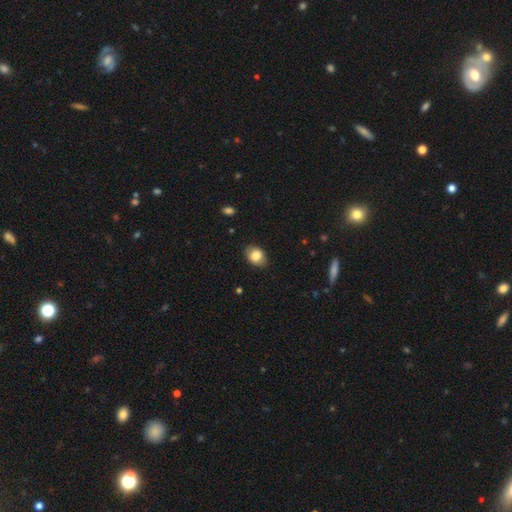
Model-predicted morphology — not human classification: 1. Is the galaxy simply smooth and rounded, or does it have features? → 81% smooth, 11% featured or disk, 8% star or artifact.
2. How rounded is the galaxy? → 76% in between, 23% round, 1% cigar-shaped.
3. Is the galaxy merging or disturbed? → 83% none, 14% minor disturbance, 3% major disturbance, 1% merger.